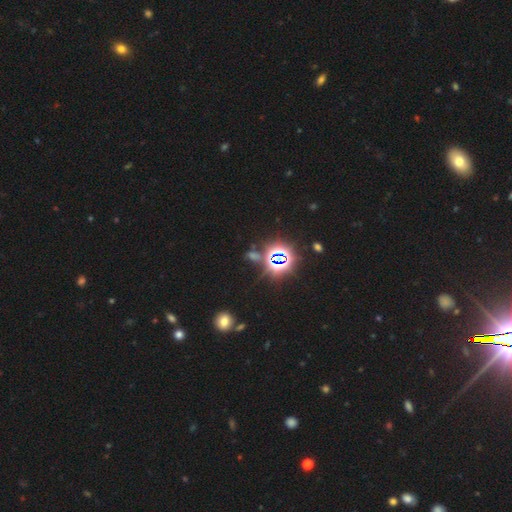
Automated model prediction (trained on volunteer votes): star or artifact 77%, smooth 15%, featured or disk 8%.